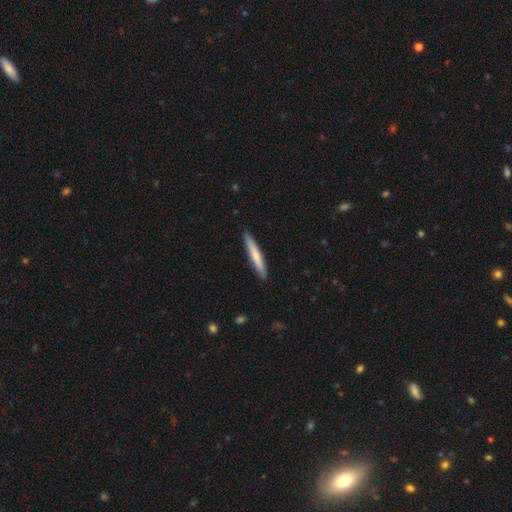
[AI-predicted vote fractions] smooth 69%, featured or disk 26%, star or artifact 5%. Down the decision tree: how rounded — cigar-shaped (95%); merging — none (90%).